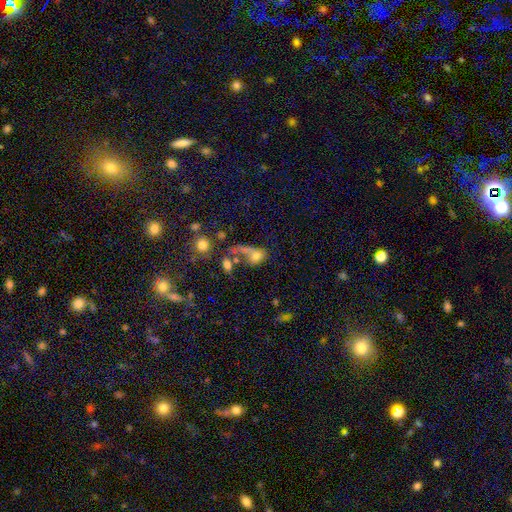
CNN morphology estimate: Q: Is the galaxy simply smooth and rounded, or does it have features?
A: smooth — 61%.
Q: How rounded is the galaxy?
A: in between — 64%.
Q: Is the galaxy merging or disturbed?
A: merger — 34%.